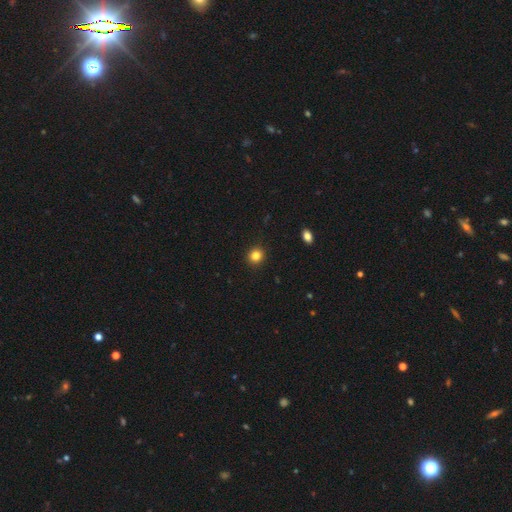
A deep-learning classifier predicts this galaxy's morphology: The model was most divided on "smooth or featured": smooth: 83%, star or artifact: 12%, featured or disk: 5%. More confident: merging — none (92%); how rounded — round (86%).